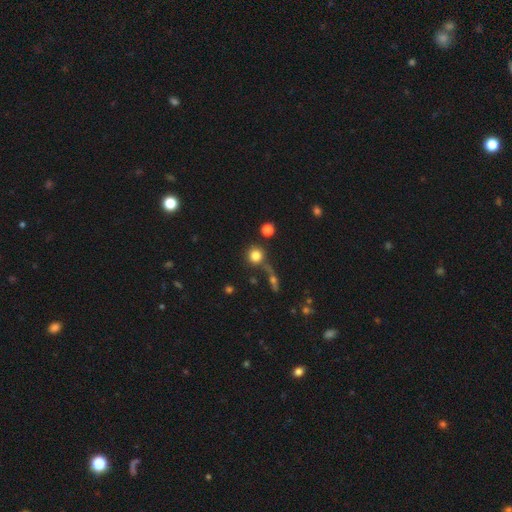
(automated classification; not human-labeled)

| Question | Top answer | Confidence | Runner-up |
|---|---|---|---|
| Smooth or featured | smooth | 79% | star or artifact (12%) |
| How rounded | round | 92% | in between (7%) |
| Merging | none | 69% | merger (15%) |